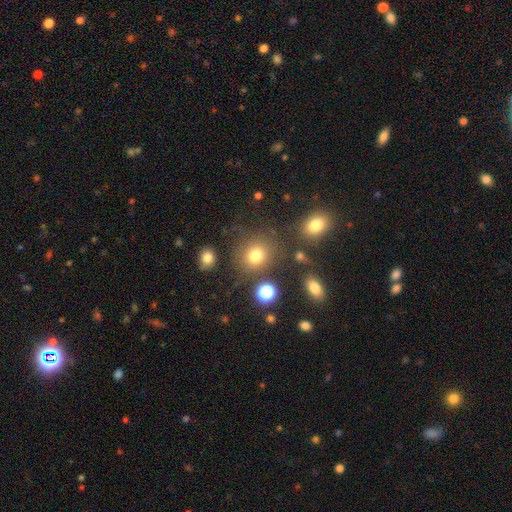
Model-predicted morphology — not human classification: This is likely a smooth galaxy (74%). How rounded: clearly round (83%). Merging: likely none (76%).